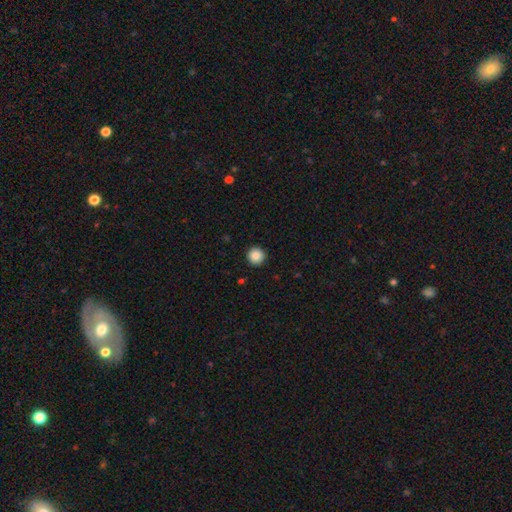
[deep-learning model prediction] Smooth or featured?
  - smooth: 86% *
  - star or artifact: 9%
  - featured or disk: 5%
How rounded?
  - round: 96% *
  - in between: 3%
  - cigar-shaped: 1%
Merging?
  - none: 93% *
  - minor disturbance: 5%
  - major disturbance: 2%
  - merger: 1%